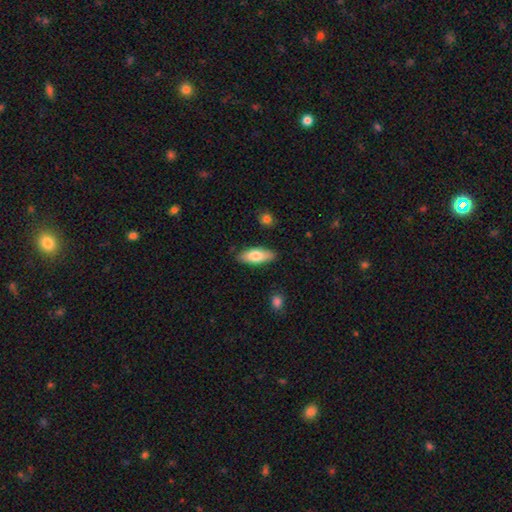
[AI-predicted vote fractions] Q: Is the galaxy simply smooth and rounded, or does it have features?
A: smooth — 75%.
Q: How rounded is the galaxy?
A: in between — 75%.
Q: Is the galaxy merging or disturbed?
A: none — 85%.